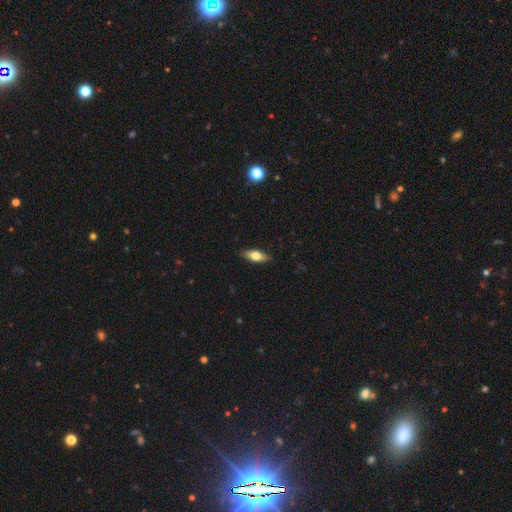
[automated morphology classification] smooth_or_featured: smooth (p=0.64) [alt: featured or disk p=0.30]
how_rounded: in between (p=0.69) [alt: cigar-shaped p=0.28]
merging: none (p=0.88) [alt: minor disturbance p=0.09]